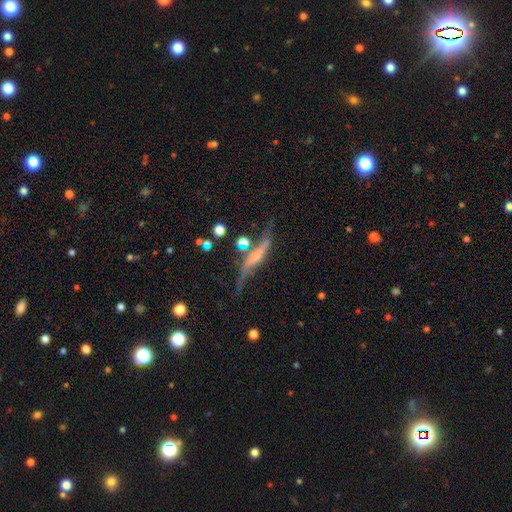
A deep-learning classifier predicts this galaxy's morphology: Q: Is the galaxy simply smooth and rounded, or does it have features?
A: featured or disk — 72%.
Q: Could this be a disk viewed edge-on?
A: yes — 65%.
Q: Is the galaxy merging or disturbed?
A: none — 46%.